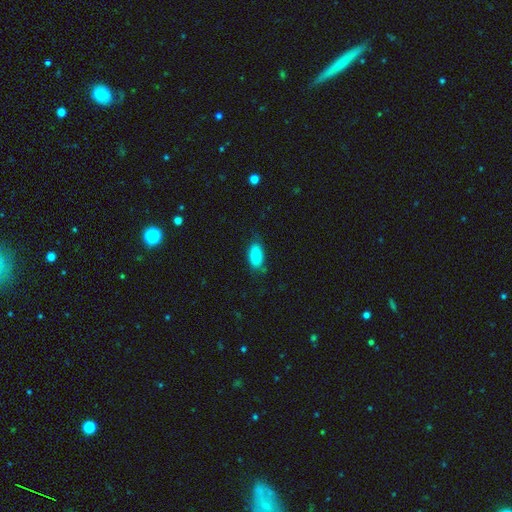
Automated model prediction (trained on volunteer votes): A smooth galaxy with no disk features (88%) that is in between round and cigar-shaped (91%). Merging: none (73%).